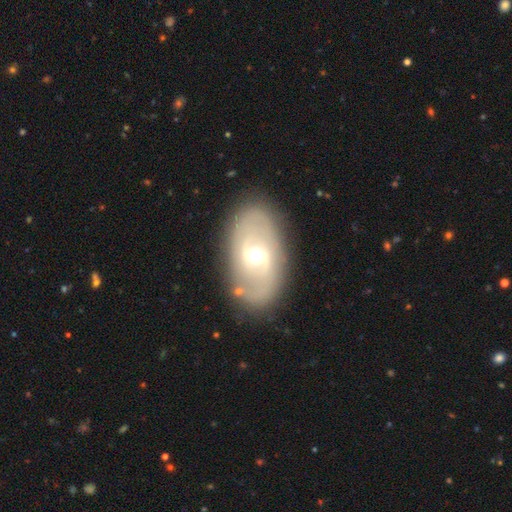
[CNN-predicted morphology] A featured or disk galaxy (69%) with a weak bar (45%), spiral arms (68%) and a moderate central bulge (68%).

Vote fractions:
- Smooth or featured? featured or disk: 69% / smooth: 25% / star or artifact: 7%
- Edge-on disk? no: 93% / yes: 7%
- Bar? weak: 45% / no: 40% / strong: 15%
- Spiral arms? yes: 68% / no: 32%
- Bulge size? moderate: 68% / small: 24% / large: 7% / dominant: 1% / none: 1%
- Merging? none: 83% / minor disturbance: 11% / major disturbance: 4% / merger: 2%